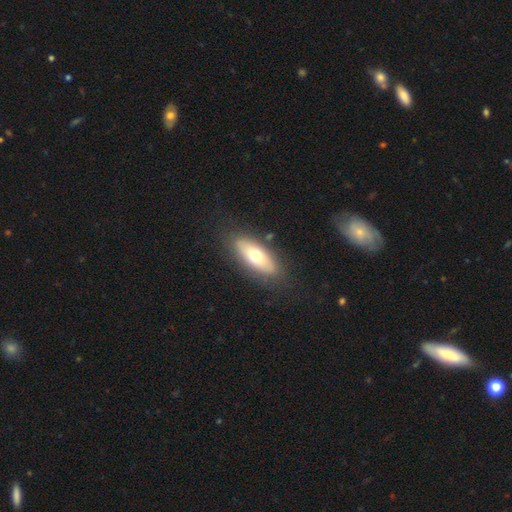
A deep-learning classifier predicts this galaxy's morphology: Smooth or featured? smooth (63%)
How rounded? in between (74%)
Merging? none (83%)